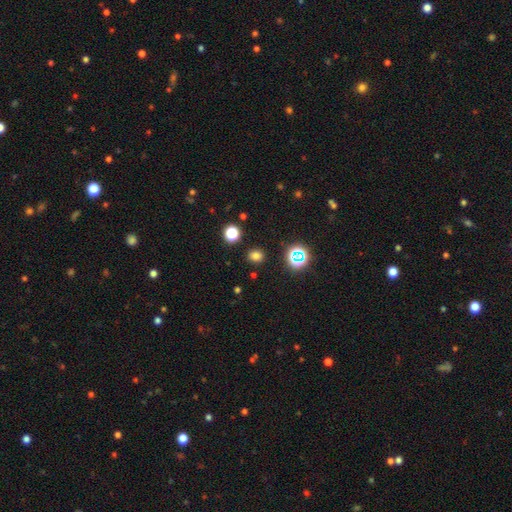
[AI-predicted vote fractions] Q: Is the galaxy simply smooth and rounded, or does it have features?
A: smooth — 75%.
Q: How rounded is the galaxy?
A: round — 68%.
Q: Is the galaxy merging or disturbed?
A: none — 88%.